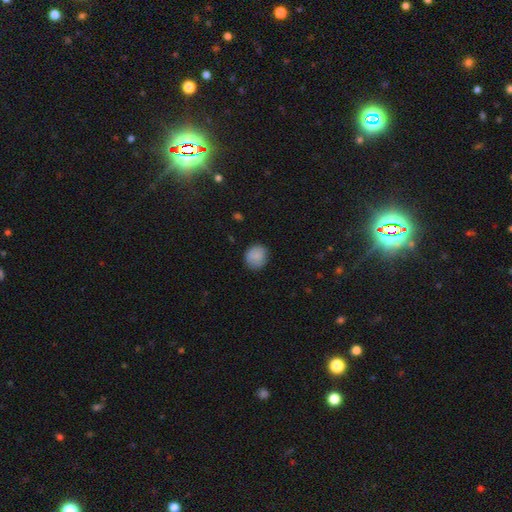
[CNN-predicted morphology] smooth-or-featured: smooth: 85% | star or artifact: 8% | featured or disk: 7%
  how-rounded: round: 78% | in between: 21% | cigar-shaped: 1%
  merging: none: 81% | minor disturbance: 15% | major disturbance: 3% | merger: 1%